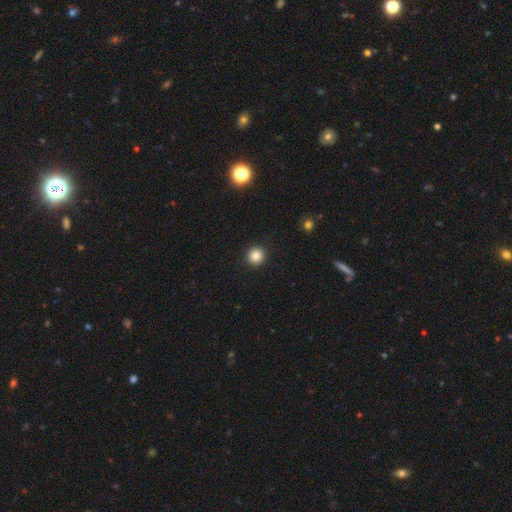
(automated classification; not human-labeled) smooth_or_featured: smooth (p=0.85) [alt: star or artifact p=0.11]
how_rounded: round (p=0.95) [alt: in between p=0.04]
merging: none (p=0.93) [alt: minor disturbance p=0.04]